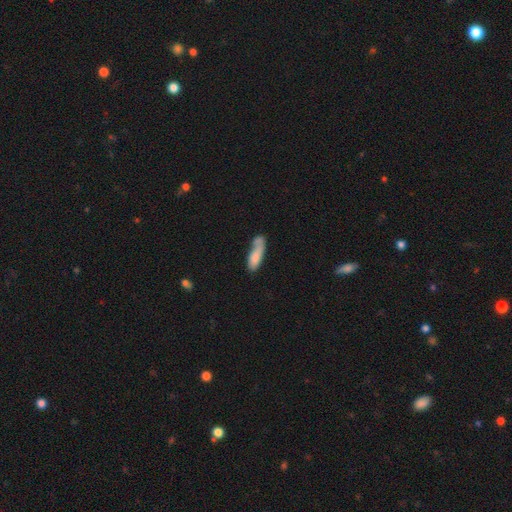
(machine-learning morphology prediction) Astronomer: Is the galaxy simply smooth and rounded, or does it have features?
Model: smooth — 77%.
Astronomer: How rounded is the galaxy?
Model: cigar-shaped — 54% (runner-up: in between, 44%).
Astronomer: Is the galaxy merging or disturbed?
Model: none — 36% (runner-up: merger, 31%).